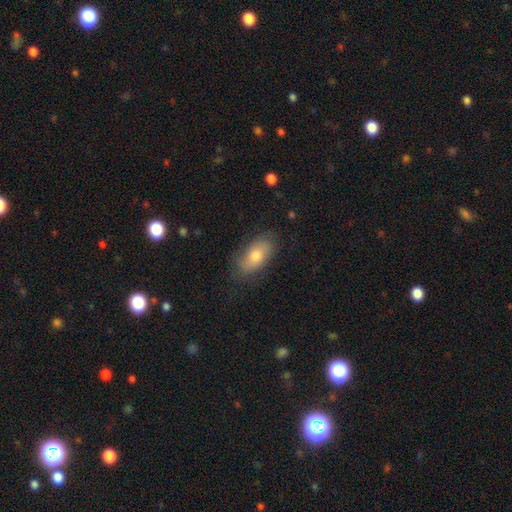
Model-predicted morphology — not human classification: type=smooth (69%); roundness=in between (90%); merging=none (77%).